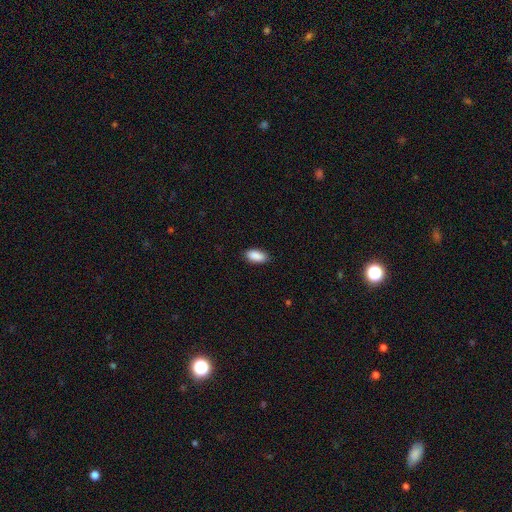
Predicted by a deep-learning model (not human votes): Smooth or featured? smooth (90%)
How rounded? in between (92%)
Merging? none (86%)